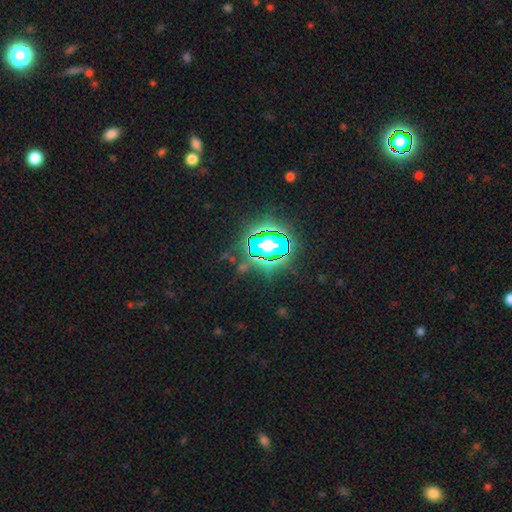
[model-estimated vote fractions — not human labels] Smooth or featured?
  - star or artifact: 81% *
  - smooth: 11%
  - featured or disk: 8%